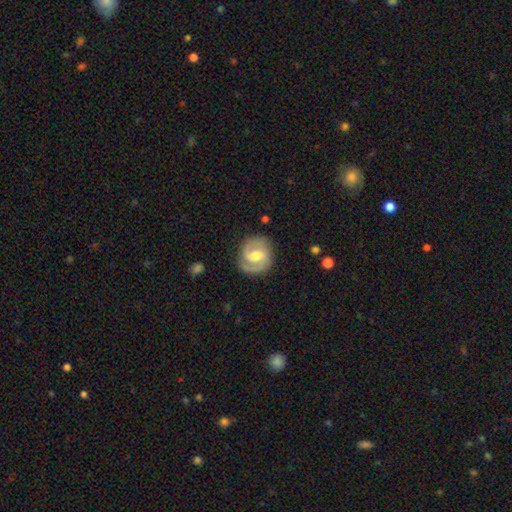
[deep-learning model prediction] Smooth or featured? featured or disk (77%)
Edge-on disk? no (98%)
Bar? weak (54%)
Spiral arms? yes (92%)
Spiral winding? medium (48%)
Spiral arm count? 2 (84%)
Bulge size? moderate (70%)
Merging? none (81%)